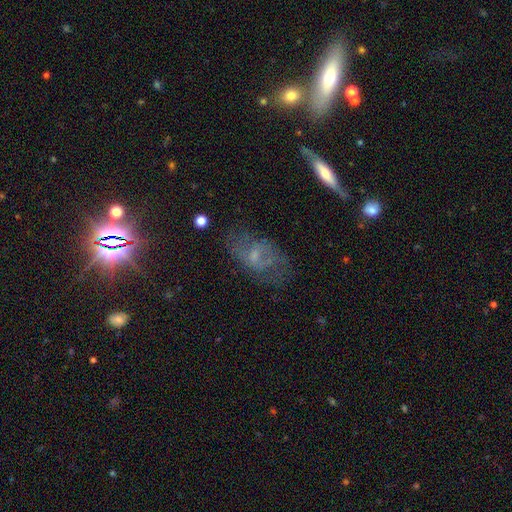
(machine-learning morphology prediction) Smooth or featured?
  - featured or disk: 55% *
  - smooth: 28%
  - star or artifact: 16%
Edge-on disk?
  - no: 90% *
  - yes: 10%
Merging?
  - none: 56% *
  - minor disturbance: 22%
  - major disturbance: 19%
  - merger: 3%